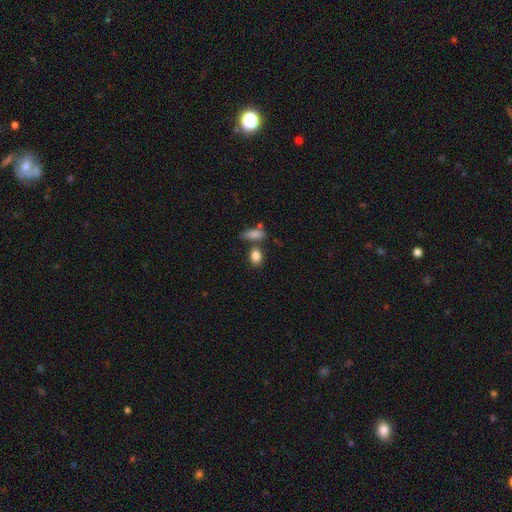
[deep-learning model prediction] smooth_or_featured: smooth (p=0.85) [alt: star or artifact p=0.09]
how_rounded: in between (p=0.72) [alt: round p=0.25]
merging: none (p=0.61) [alt: merger p=0.22]